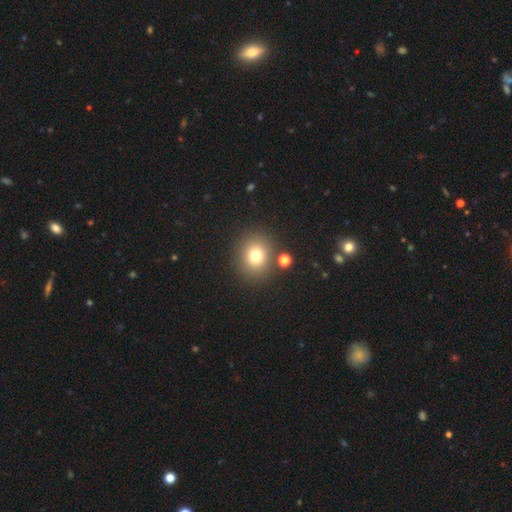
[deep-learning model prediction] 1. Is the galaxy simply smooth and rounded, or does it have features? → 75% smooth, 15% star or artifact, 10% featured or disk.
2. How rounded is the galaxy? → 80% round, 19% in between, 1% cigar-shaped.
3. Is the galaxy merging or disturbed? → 82% none, 8% minor disturbance, 7% merger, 3% major disturbance.